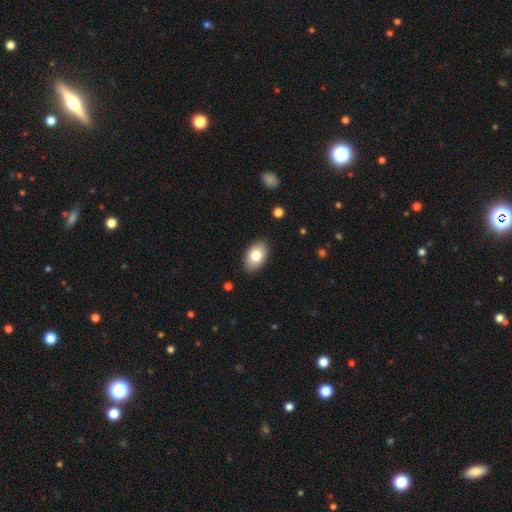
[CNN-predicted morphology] smooth_or_featured: smooth (p=0.79) [alt: featured or disk p=0.14]
how_rounded: in between (p=0.90) [alt: round p=0.08]
merging: none (p=0.88) [alt: minor disturbance p=0.09]